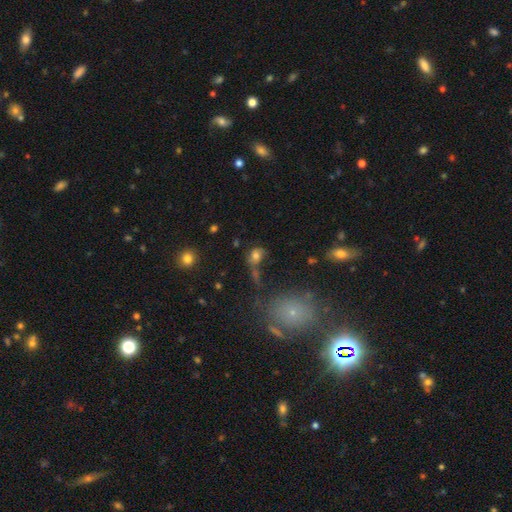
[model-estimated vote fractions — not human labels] A smooth galaxy with no disk features (65%) that is in between round and cigar-shaped (58%). Merging: none (40%).